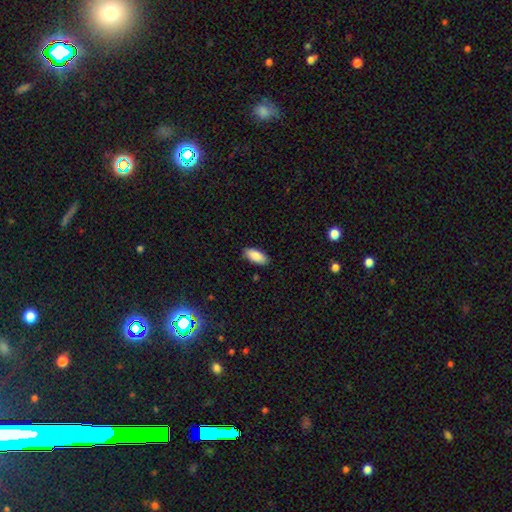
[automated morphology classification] Smooth or featured? Predicted: smooth (p=0.88). How rounded? Predicted: in between (p=0.87). Merging? Predicted: none (p=0.87).